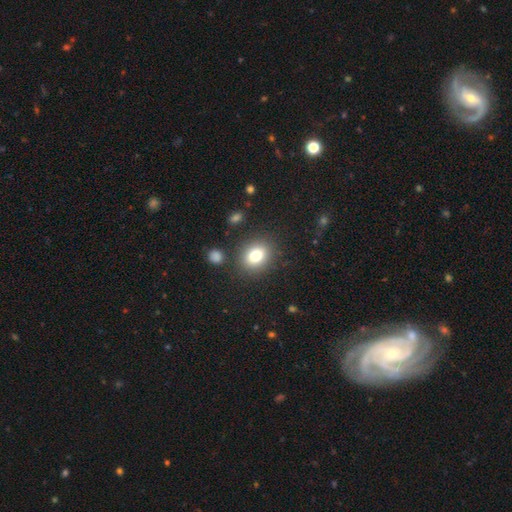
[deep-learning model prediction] The model was most divided on "how rounded": round: 58%, in between: 41%, cigar-shaped: 1%. More confident: merging — none (84%); smooth or featured — smooth (79%).